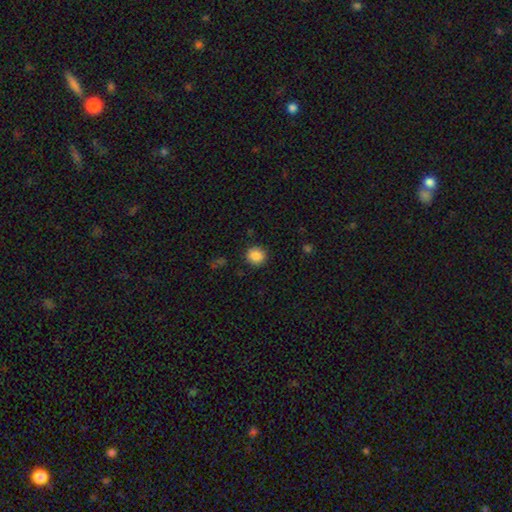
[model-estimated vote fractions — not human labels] Smooth or featured? Predicted: smooth (p=0.87). How rounded? Predicted: round (p=0.90). Merging? Predicted: none (p=0.90).